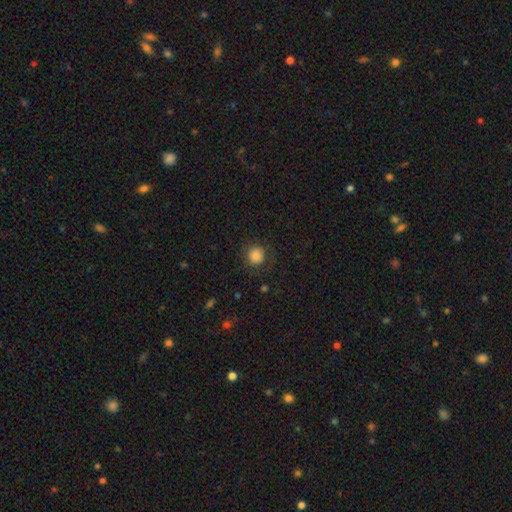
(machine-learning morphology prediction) Smooth or featured: smooth — 85% (star or artifact — 10%)
How rounded: round — 91% (in between — 8%)
Merging: none — 82% (minor disturbance — 11%)